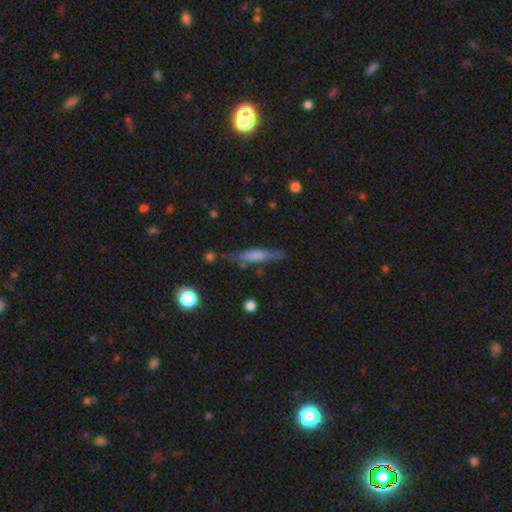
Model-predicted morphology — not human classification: Smooth or featured? Predicted: smooth (p=0.63). How rounded? Predicted: cigar-shaped (p=0.83). Merging? Predicted: none (p=0.67).